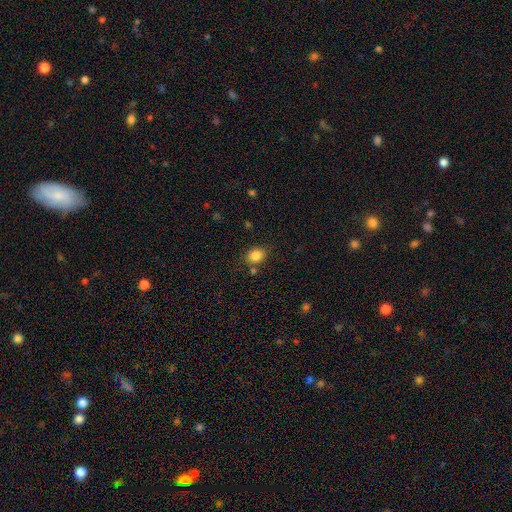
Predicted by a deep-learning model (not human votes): Smooth or featured?
  - smooth: 84% *
  - star or artifact: 10%
  - featured or disk: 6%
How rounded?
  - round: 50% *
  - in between: 49%
  - cigar-shaped: 1%
Merging?
  - none: 78% *
  - minor disturbance: 12%
  - merger: 7%
  - major disturbance: 3%